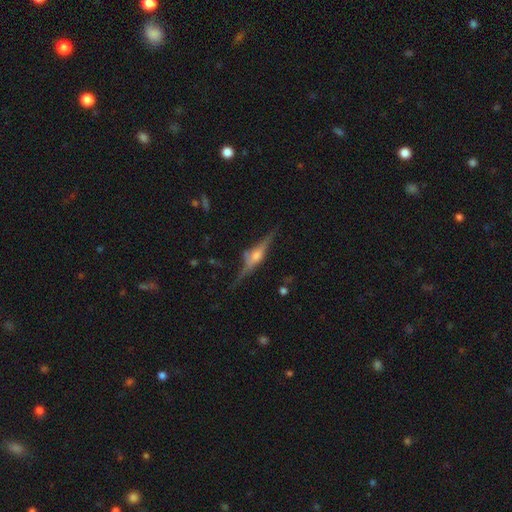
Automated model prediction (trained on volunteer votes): This appears to be a featured or disk galaxy (81%) viewed edge-on (96%) with a rounded central bulge (88%). Merging: none (79%).